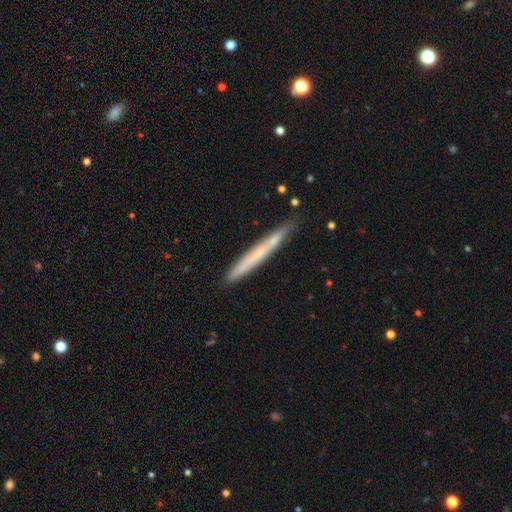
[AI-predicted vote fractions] Morphology: type=smooth (55%); roundness=cigar-shaped (97%); merging=none (85%).